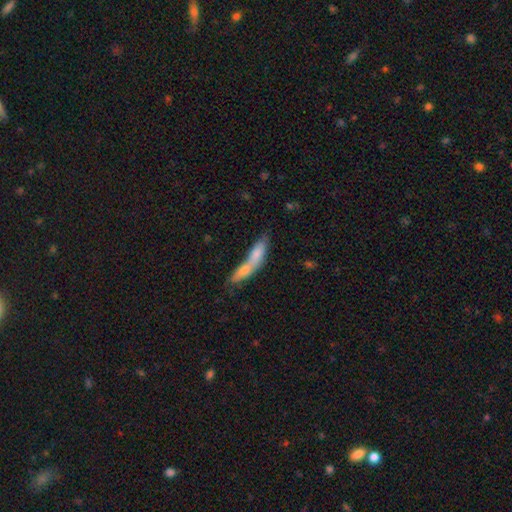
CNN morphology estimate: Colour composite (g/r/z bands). It shows a smooth galaxy with no disk features (69%) that is cigar-shaped (60%). Merging: merger (67%).